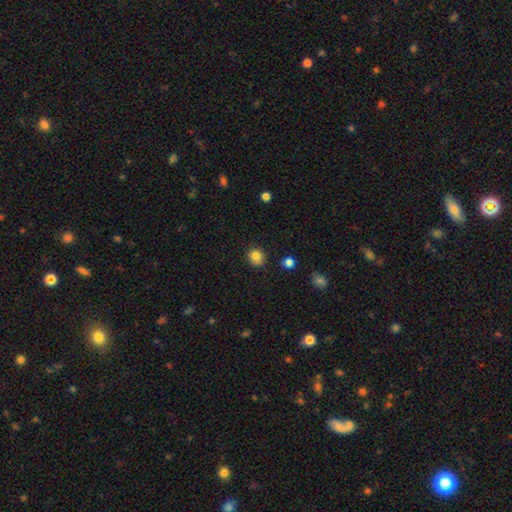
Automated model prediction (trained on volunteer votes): Smooth or featured: smooth — 83% (star or artifact — 11%)
How rounded: round — 86% (in between — 13%)
Merging: none — 81% (minor disturbance — 14%)